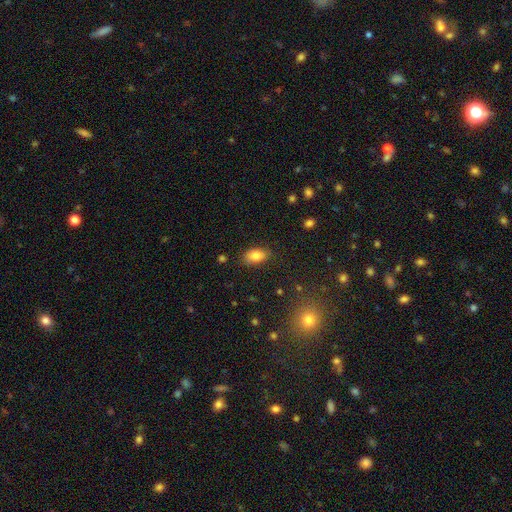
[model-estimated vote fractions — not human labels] Smooth or featured? smooth (82%)
How rounded? in between (90%)
Merging? none (81%)